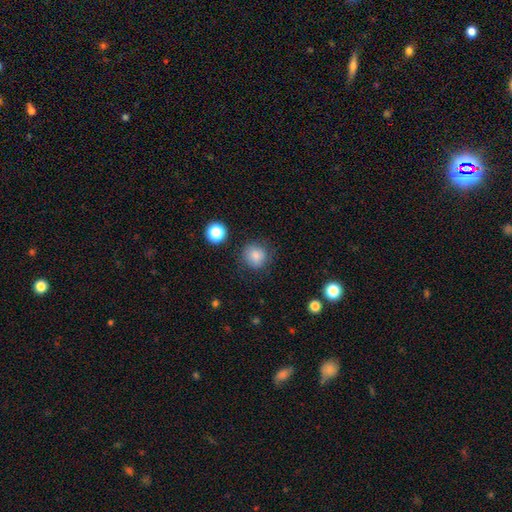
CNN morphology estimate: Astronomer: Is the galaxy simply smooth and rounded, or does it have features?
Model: smooth — 83%.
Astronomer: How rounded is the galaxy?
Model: round — 89%.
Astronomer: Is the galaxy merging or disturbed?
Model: none — 80%.